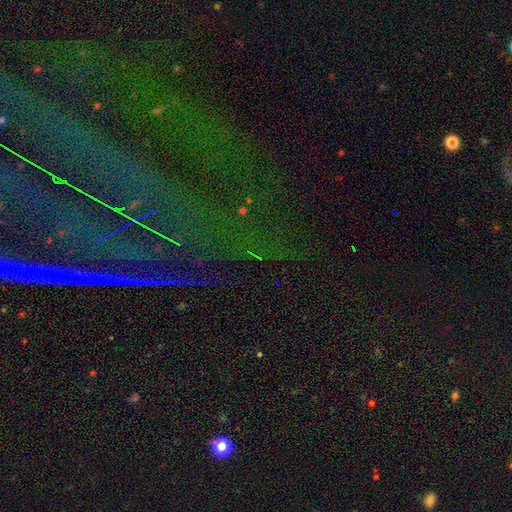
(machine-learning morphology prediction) Overall: star or artifact (80%).